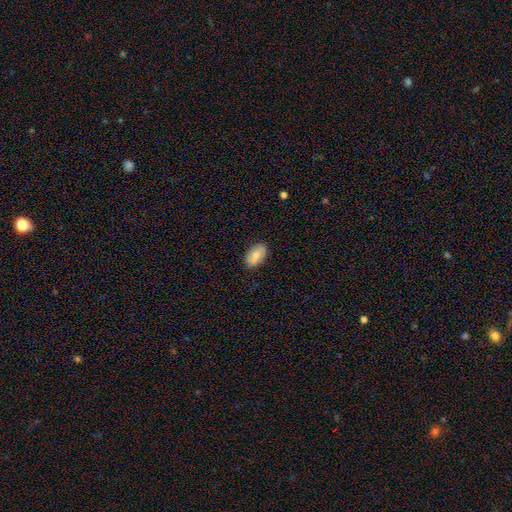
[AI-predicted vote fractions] Overall: smooth (75%). How rounded: in between (92%). Merging: none (86%).